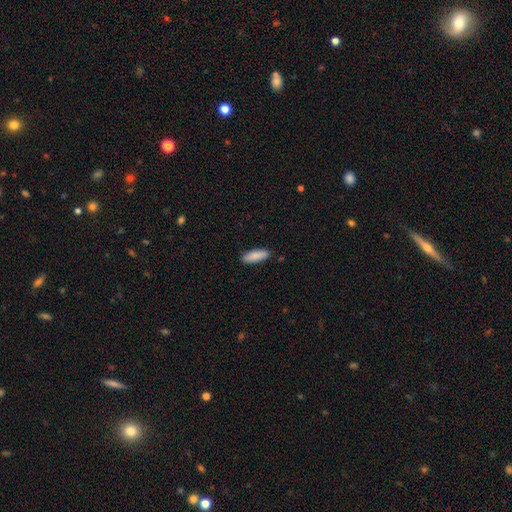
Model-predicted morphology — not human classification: type=smooth (88%); roundness=in between (55%); merging=none (88%).